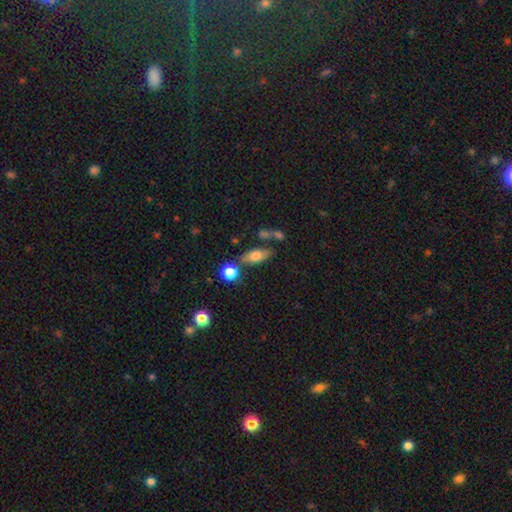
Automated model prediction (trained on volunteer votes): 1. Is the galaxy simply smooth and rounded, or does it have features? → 71% smooth, 20% featured or disk, 9% star or artifact.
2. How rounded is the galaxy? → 77% in between, 17% cigar-shaped, 7% round.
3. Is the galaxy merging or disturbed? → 65% none, 16% minor disturbance, 14% merger, 6% major disturbance.